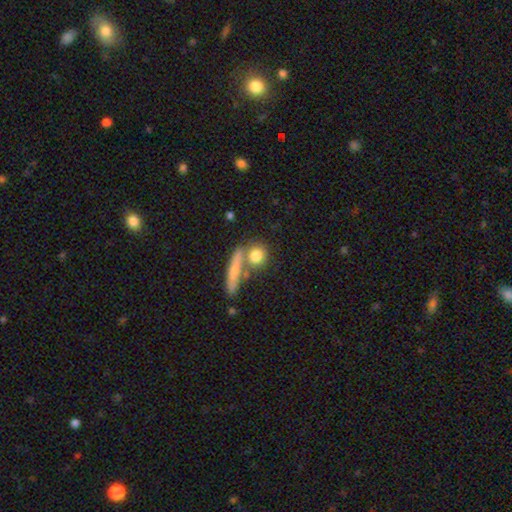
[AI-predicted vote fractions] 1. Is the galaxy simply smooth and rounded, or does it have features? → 76% smooth, 15% featured or disk, 9% star or artifact.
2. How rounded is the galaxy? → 70% round, 15% in between, 14% cigar-shaped.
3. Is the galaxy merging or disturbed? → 63% none, 22% merger, 11% minor disturbance, 5% major disturbance.